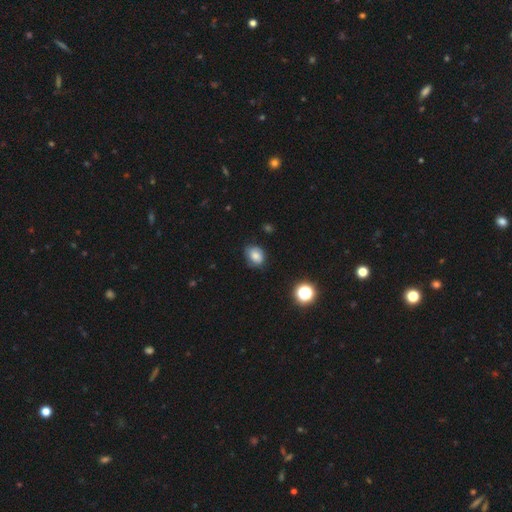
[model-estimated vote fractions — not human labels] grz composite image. It shows a smooth galaxy with no disk features (78%) that is in between round and cigar-shaped (54%). Merging: none (70%).